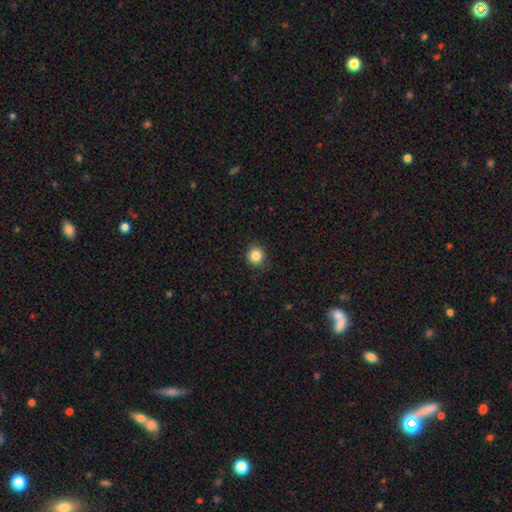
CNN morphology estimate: smooth-or-featured: smooth: 85% | star or artifact: 11% | featured or disk: 4%
  how-rounded: round: 93% | in between: 6% | cigar-shaped: 1%
  merging: none: 90% | minor disturbance: 7% | major disturbance: 2% | merger: 1%